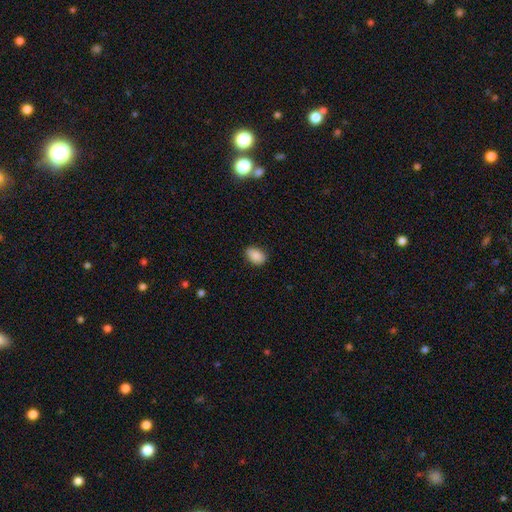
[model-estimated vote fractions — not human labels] Morphology: type=smooth (86%); roundness=in between (80%); merging=none (79%).